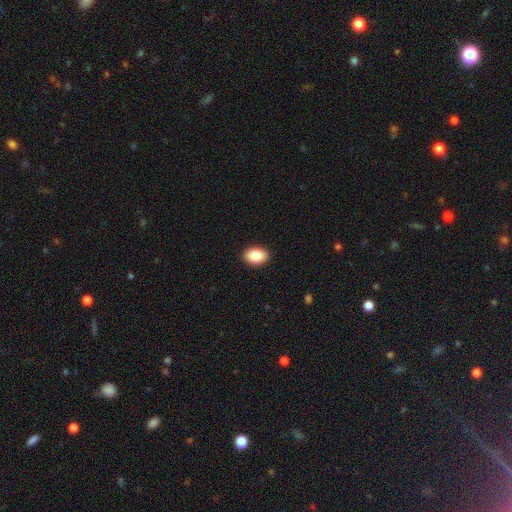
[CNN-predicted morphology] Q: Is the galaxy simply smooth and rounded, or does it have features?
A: smooth — 86%.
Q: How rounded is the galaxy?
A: in between — 87%.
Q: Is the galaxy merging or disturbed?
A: none — 91%.